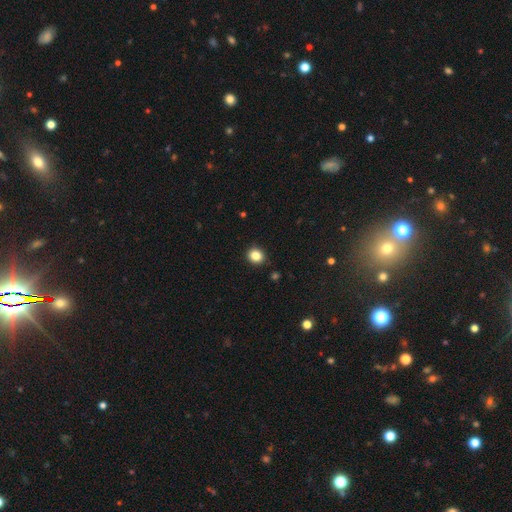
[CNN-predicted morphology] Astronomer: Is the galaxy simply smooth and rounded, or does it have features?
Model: smooth — 85%.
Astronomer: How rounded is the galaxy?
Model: round — 76%.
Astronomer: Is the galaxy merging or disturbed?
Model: none — 90%.